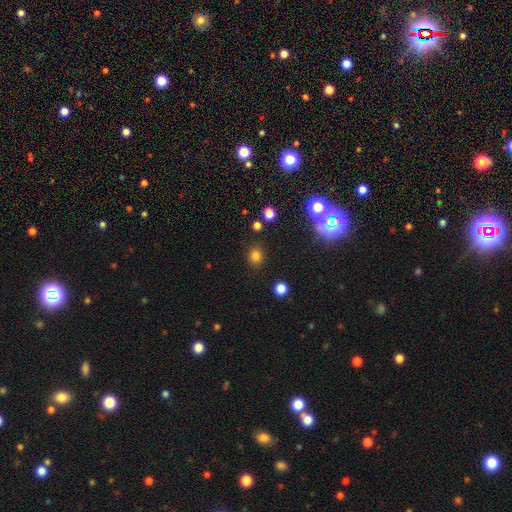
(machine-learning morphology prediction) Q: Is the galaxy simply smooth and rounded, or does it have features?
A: smooth — 78%.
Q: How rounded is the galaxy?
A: round — 82%.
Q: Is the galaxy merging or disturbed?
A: none — 87%.